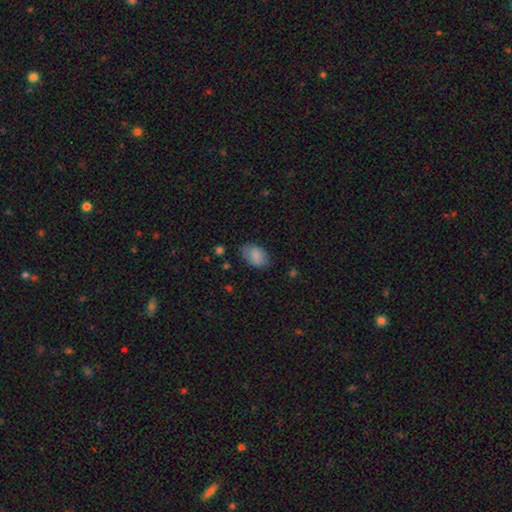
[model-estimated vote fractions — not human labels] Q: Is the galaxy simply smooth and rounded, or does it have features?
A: smooth — 84%.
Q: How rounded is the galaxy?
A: in between — 90%.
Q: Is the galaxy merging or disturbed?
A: none — 74%.